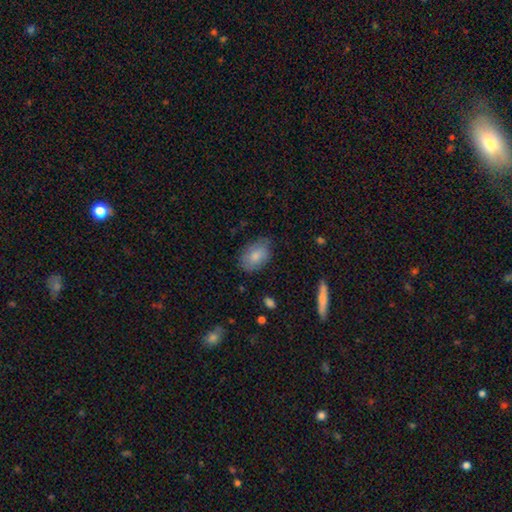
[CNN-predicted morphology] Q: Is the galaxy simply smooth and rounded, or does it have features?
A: smooth — 81%.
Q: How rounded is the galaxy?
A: in between — 88%.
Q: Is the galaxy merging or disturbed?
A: none — 72%.